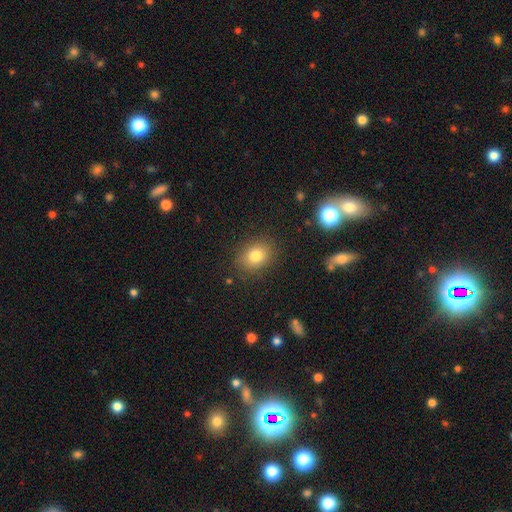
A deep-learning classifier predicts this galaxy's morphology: This appears to be a smooth galaxy with no disk features (79%) that is in between round and cigar-shaped (58%). Merging: none (85%).